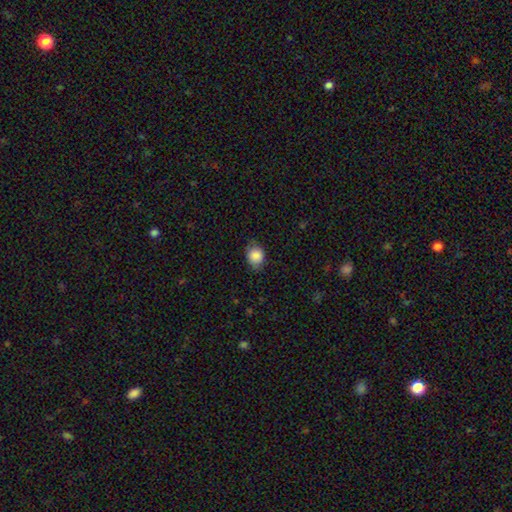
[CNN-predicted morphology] smooth-or-featured: smooth: 86% | star or artifact: 8% | featured or disk: 6%
  how-rounded: in between: 50% | round: 49% | cigar-shaped: 1%
  merging: none: 75% | minor disturbance: 20% | major disturbance: 4% | merger: 1%